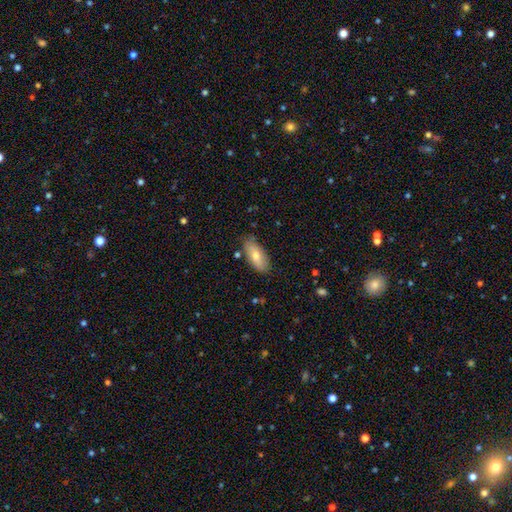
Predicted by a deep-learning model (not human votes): A smooth galaxy with no disk features (70%) that is in between round and cigar-shaped (84%). Merging: none (81%).